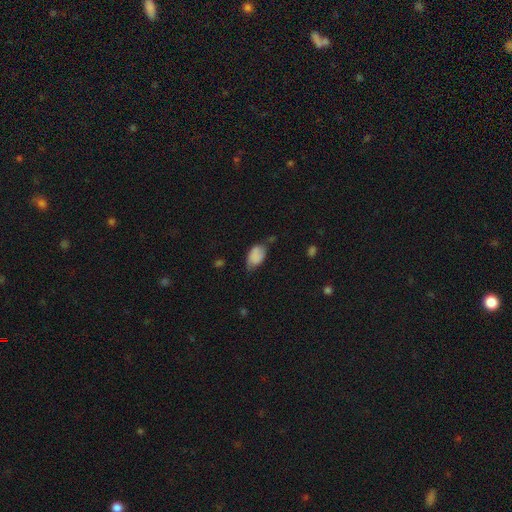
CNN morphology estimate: smooth_or_featured: smooth (p=0.80) [alt: featured or disk p=0.11]
how_rounded: in between (p=0.90) [alt: round p=0.09]
merging: none (p=0.45) [alt: minor disturbance p=0.40]